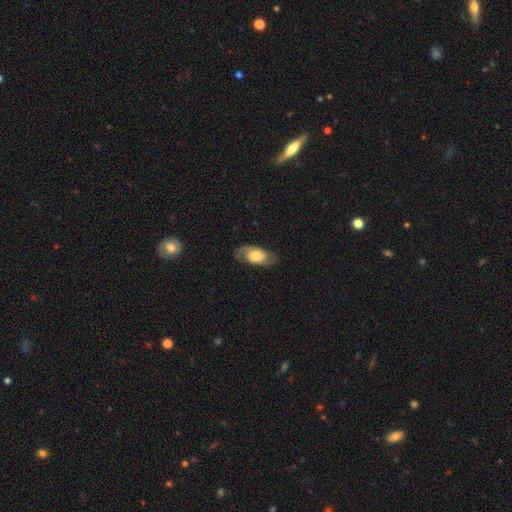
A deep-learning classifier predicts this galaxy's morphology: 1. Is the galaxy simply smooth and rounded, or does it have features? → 57% featured or disk, 37% smooth, 7% star or artifact.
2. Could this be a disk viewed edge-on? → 91% no, 9% yes.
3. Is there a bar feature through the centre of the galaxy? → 70% no, 23% weak, 6% strong.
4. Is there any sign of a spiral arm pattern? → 79% yes, 21% no.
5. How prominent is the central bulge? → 55% moderate, 25% large, 15% small, 3% dominant, 2% none.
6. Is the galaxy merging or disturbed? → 78% none, 15% minor disturbance, 6% major disturbance, 1% merger.